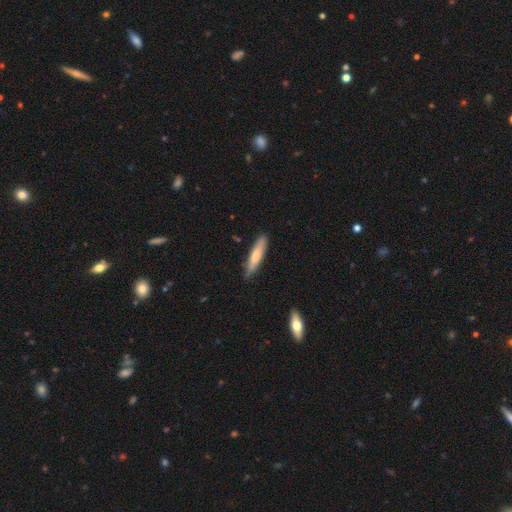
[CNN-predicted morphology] This appears to be a smooth galaxy with no disk features (70%) that is cigar-shaped (84%). Merging: none (83%).